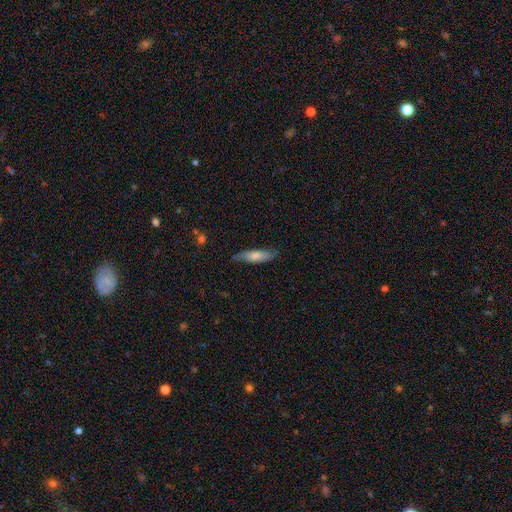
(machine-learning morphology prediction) Smooth or featured: smooth — 68% (featured or disk — 27%)
How rounded: cigar-shaped — 66% (in between — 32%)
Merging: none — 76% (minor disturbance — 19%)